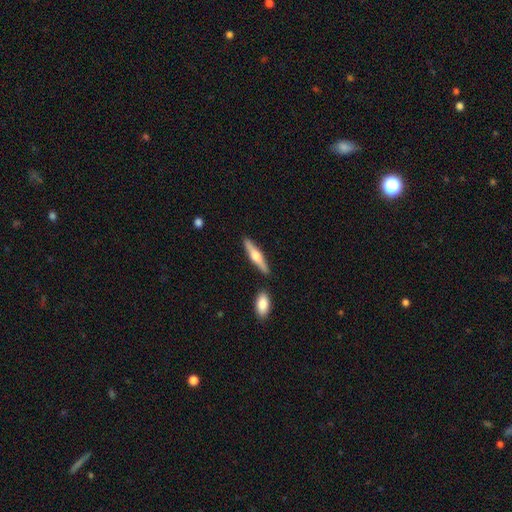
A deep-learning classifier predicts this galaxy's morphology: Smooth or featured?
  - featured or disk: 57% *
  - smooth: 38%
  - star or artifact: 5%
Edge-on disk?
  - yes: 96% *
  - no: 4%
Edge-on bulge?
  - rounded: 92% *
  - boxy: 5%
  - none: 3%
Merging?
  - none: 85% *
  - minor disturbance: 8%
  - merger: 6%
  - major disturbance: 2%